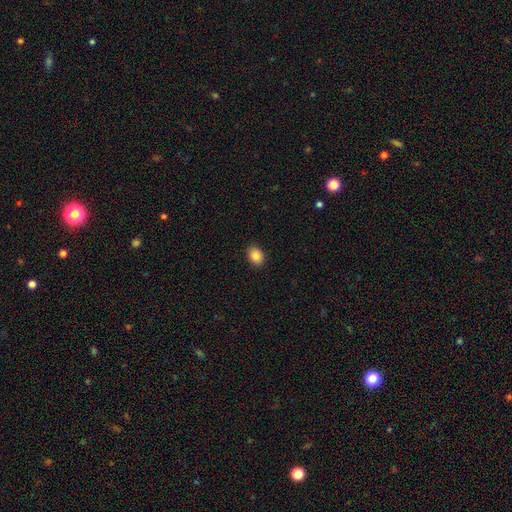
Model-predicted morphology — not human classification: smooth-or-featured: smooth: 87% | star or artifact: 8% | featured or disk: 4%
  how-rounded: in between: 68% | round: 31% | cigar-shaped: 1%
  merging: none: 90% | minor disturbance: 7% | major disturbance: 2% | merger: 1%